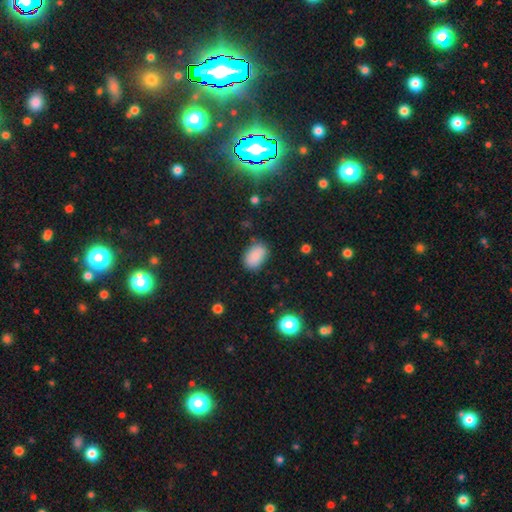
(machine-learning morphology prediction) Smooth or featured?
  - smooth: 86% *
  - star or artifact: 8%
  - featured or disk: 5%
How rounded?
  - in between: 86% *
  - round: 12%
  - cigar-shaped: 1%
Merging?
  - none: 80% *
  - minor disturbance: 14%
  - major disturbance: 4%
  - merger: 2%